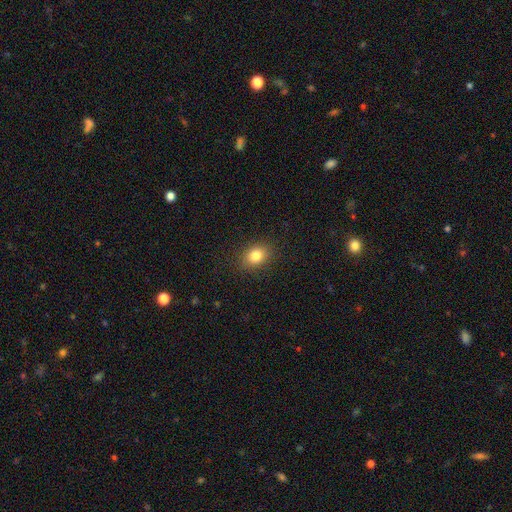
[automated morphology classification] Smooth or featured?
  - smooth: 82% *
  - star or artifact: 11%
  - featured or disk: 7%
How rounded?
  - in between: 61% *
  - round: 38%
  - cigar-shaped: 1%
Merging?
  - none: 88% *
  - minor disturbance: 8%
  - major disturbance: 3%
  - merger: 1%